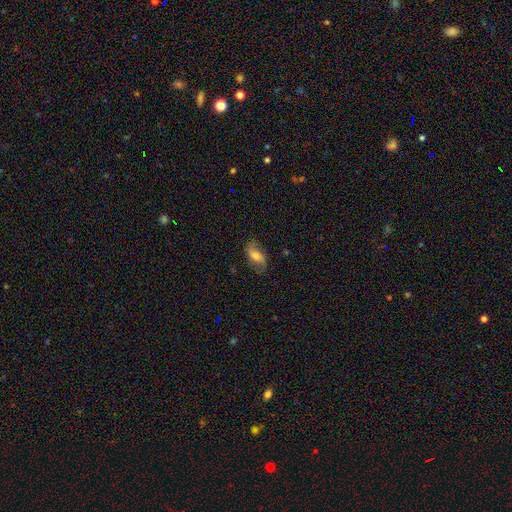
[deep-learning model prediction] The model was most divided on "smooth or featured": featured or disk: 51%, smooth: 41%, star or artifact: 8%. More confident: edge-on disk — no (91%); merging — none (71%).